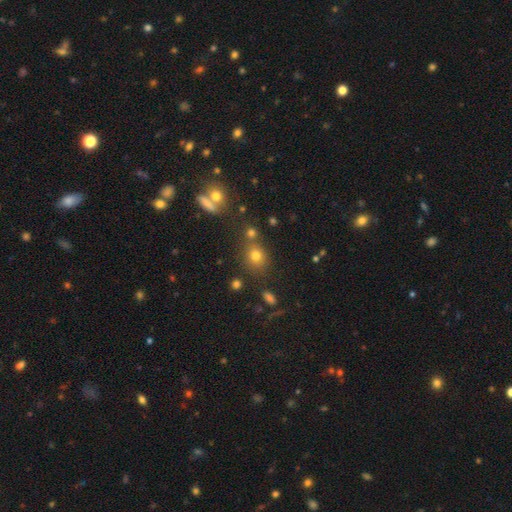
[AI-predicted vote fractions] smooth_or_featured: smooth (p=0.70) [alt: star or artifact p=0.20]
how_rounded: round (p=0.72) [alt: in between p=0.27]
merging: none (p=0.71) [alt: merger p=0.14]